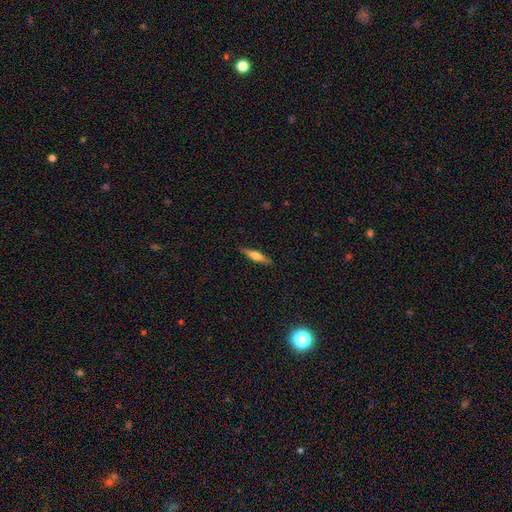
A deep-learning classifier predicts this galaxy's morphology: A featured or disk galaxy (53%) viewed edge-on (95%) with a rounded central bulge (89%). Merging: none (88%).